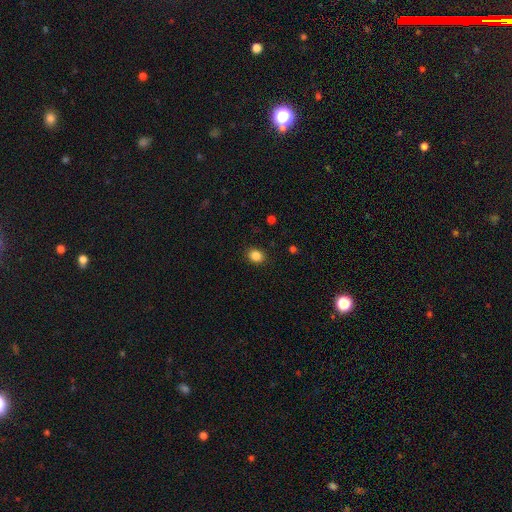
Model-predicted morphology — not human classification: Overall: smooth (85%). How rounded: round (58%; in between 41%). Merging: none (89%).